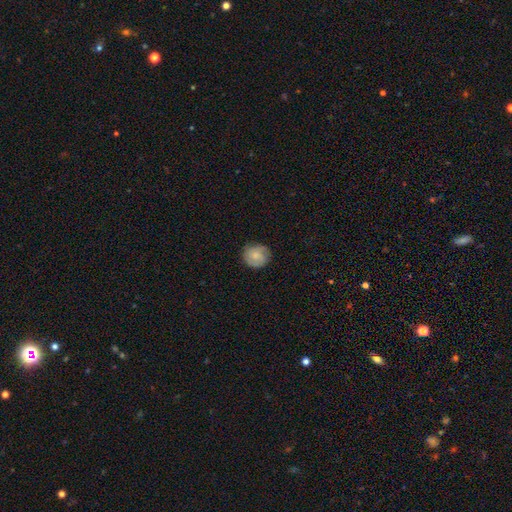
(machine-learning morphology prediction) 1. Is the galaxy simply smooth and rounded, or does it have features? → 63% smooth, 30% featured or disk, 7% star or artifact.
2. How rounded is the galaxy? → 86% round, 13% in between, 1% cigar-shaped.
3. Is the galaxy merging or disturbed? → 80% none, 16% minor disturbance, 4% major disturbance, 1% merger.